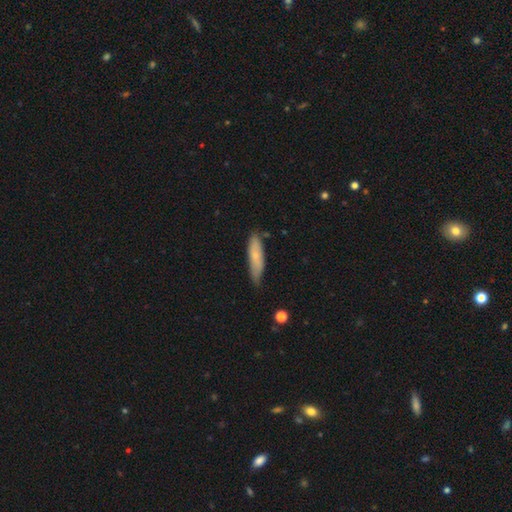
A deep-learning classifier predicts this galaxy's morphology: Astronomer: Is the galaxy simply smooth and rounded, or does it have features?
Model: smooth — 68%.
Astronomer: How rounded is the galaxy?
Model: cigar-shaped — 73%.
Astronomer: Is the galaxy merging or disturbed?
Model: none — 75%.